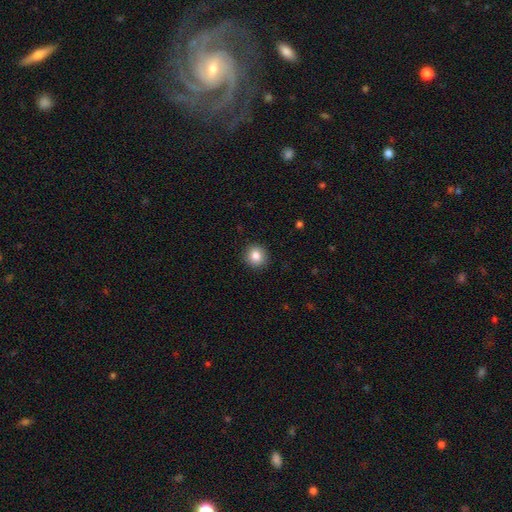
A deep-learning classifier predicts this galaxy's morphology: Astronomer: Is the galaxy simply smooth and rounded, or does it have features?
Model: smooth — 84%.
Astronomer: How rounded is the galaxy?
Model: round — 89%.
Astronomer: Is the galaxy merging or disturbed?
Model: none — 92%.